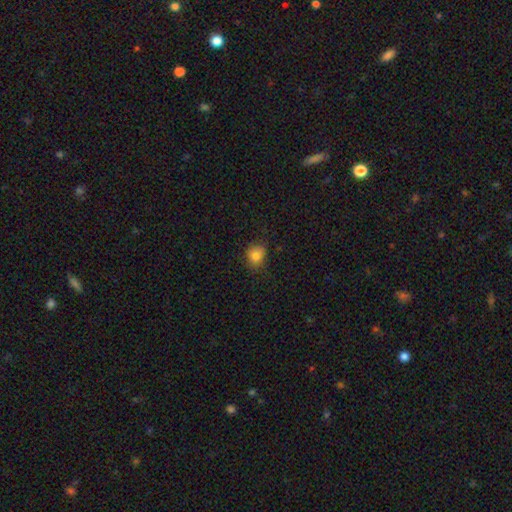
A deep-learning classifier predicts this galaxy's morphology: A smooth galaxy with no disk features (83%) that is round (67%).

Vote fractions:
- Smooth or featured? smooth: 83% / star or artifact: 11% / featured or disk: 5%
- How rounded? round: 67% / in between: 32% / cigar-shaped: 1%
- Merging? none: 75% / minor disturbance: 19% / major disturbance: 4% / merger: 1%